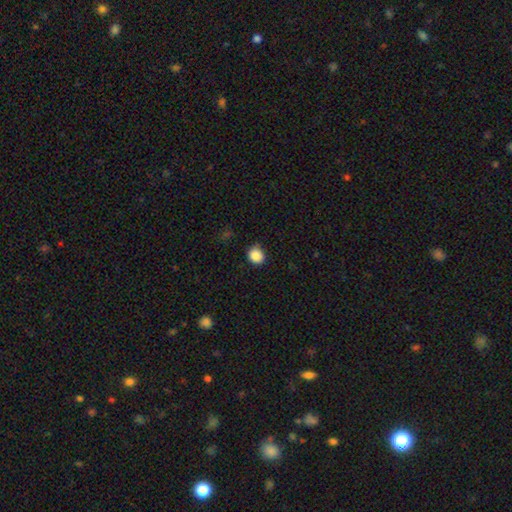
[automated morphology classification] This appears to be a smooth galaxy with no disk features (88%) that is round (81%). Merging: none (83%).